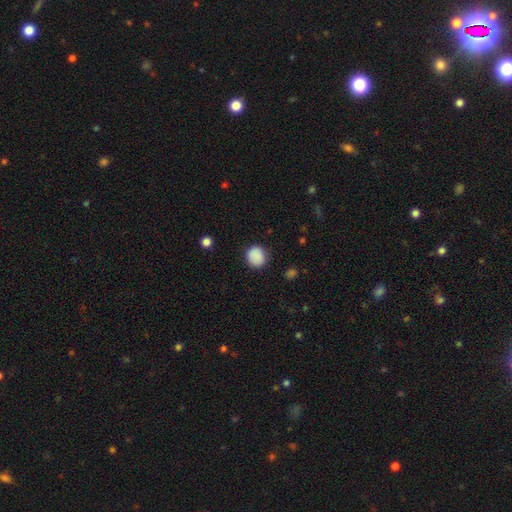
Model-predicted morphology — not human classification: smooth-or-featured: smooth: 89% | star or artifact: 8% | featured or disk: 3%
  how-rounded: round: 88% | in between: 11% | cigar-shaped: 1%
  merging: none: 87% | minor disturbance: 9% | major disturbance: 3% | merger: 1%